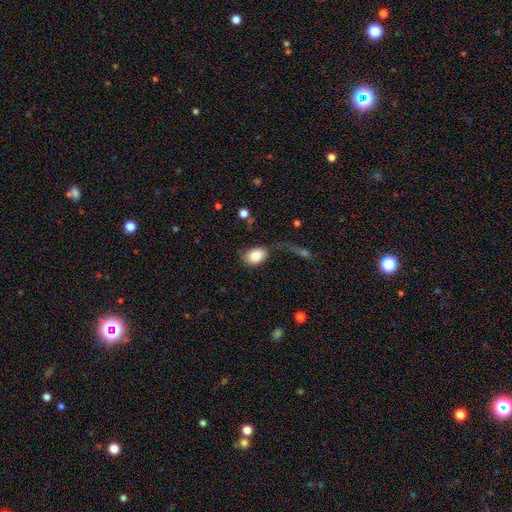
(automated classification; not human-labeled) A smooth galaxy with no disk features (87%) that is in between round and cigar-shaped (79%). Merging: none (51%).